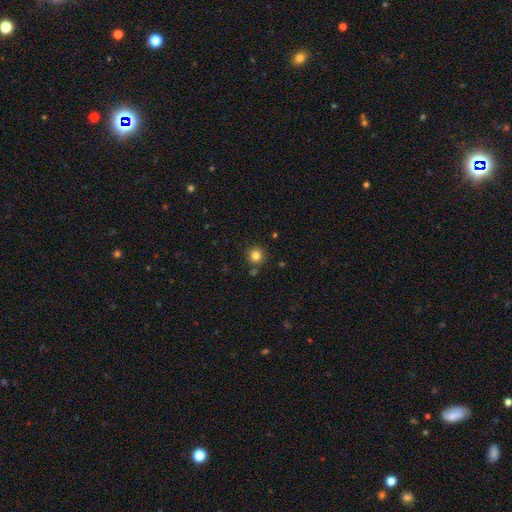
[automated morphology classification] type=smooth (82%); roundness=round (93%); merging=none (84%).